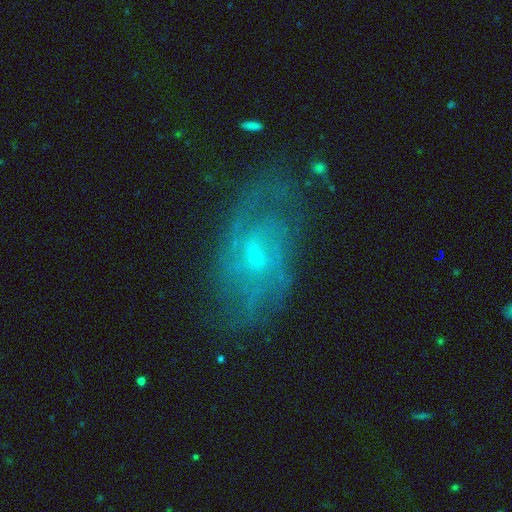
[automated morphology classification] Smooth or featured? featured or disk (75%)
Edge-on disk? no (94%)
Bar? weak (56%)
Spiral arms? yes (83%)
Spiral winding? medium (43%)
Spiral arm count? can't tell (44%)
Bulge size? small (55%)
Merging? none (65%)